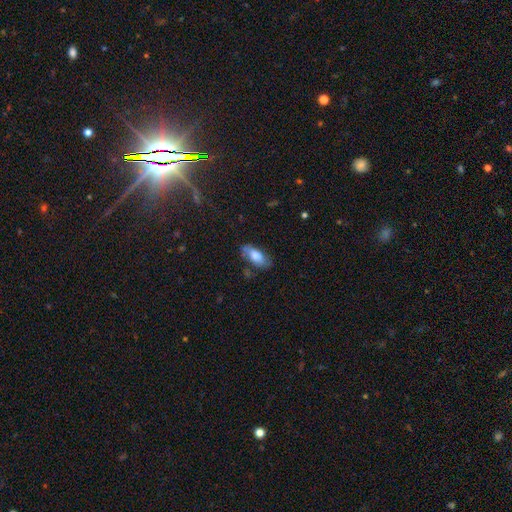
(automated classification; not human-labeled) smooth-or-featured: smooth: 73% | featured or disk: 20% | star or artifact: 7%
  how-rounded: in between: 84% | cigar-shaped: 14% | round: 3%
  merging: none: 66% | minor disturbance: 24% | major disturbance: 7% | merger: 3%